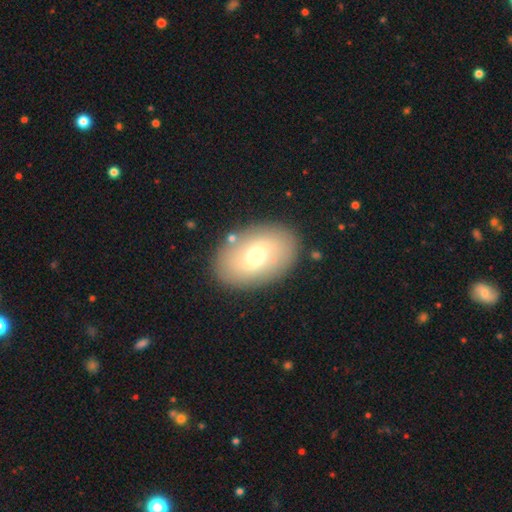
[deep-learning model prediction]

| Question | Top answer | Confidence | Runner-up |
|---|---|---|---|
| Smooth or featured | smooth | 46% | tied: featured or disk (46%) |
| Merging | none | 85% | minor disturbance (9%) |